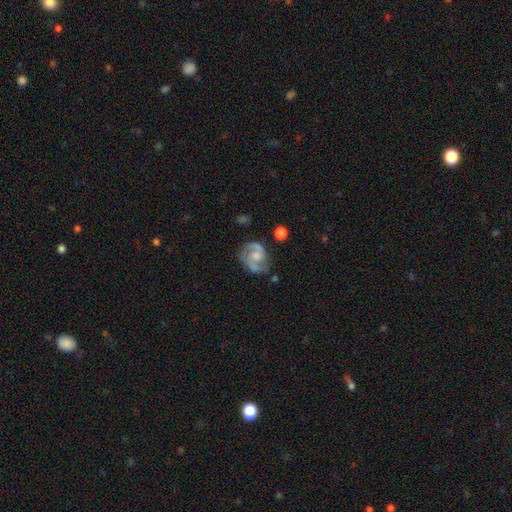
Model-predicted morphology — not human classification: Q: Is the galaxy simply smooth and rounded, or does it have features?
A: featured or disk — 77%.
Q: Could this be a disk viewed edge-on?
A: no — 98%.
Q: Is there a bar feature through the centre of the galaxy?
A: no — 61%.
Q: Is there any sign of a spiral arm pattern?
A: yes — 92%.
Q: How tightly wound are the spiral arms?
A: medium — 52%.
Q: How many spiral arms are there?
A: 2 — 85%.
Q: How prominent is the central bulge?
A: moderate — 40%.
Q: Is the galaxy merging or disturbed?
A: none — 64%.